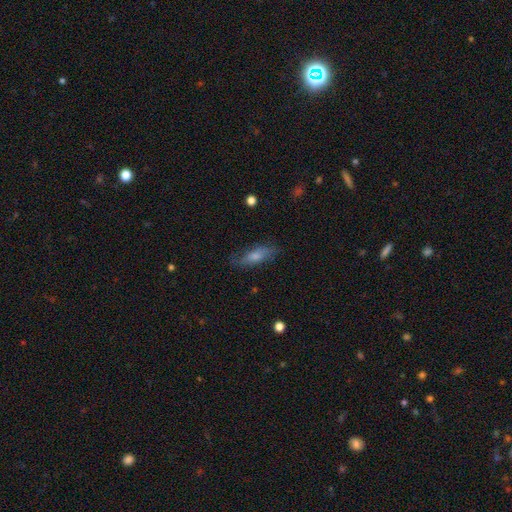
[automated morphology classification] A smooth galaxy with no disk features (66%) that is in between round and cigar-shaped (55%).

Vote fractions:
- Smooth or featured? smooth: 66% / featured or disk: 27% / star or artifact: 7%
- How rounded? in between: 55% / cigar-shaped: 42% / round: 3%
- Merging? none: 74% / minor disturbance: 18% / major disturbance: 6% / merger: 1%